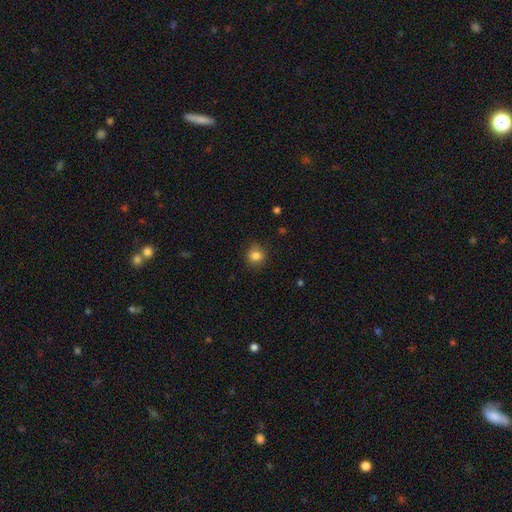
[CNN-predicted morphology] A smooth galaxy with no disk features (83%) that is round (81%).

Vote fractions:
- Smooth or featured? smooth: 83% / star or artifact: 11% / featured or disk: 6%
- How rounded? round: 81% / in between: 18% / cigar-shaped: 1%
- Merging? none: 83% / minor disturbance: 12% / major disturbance: 3% / merger: 1%